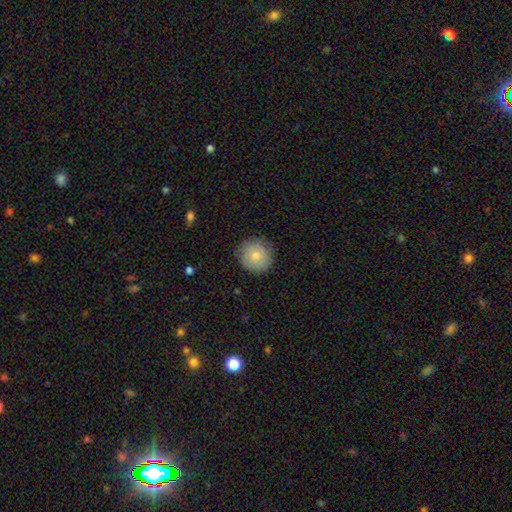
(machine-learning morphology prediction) type=smooth (80%); roundness=round (93%); merging=none (86%).